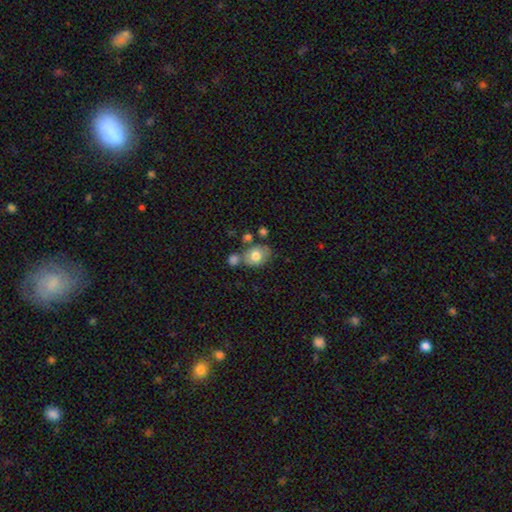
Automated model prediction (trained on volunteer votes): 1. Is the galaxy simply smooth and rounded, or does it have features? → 74% smooth, 18% featured or disk, 8% star or artifact.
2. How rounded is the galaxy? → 59% in between, 40% round, 1% cigar-shaped.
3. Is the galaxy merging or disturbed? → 52% none, 24% merger, 18% minor disturbance, 6% major disturbance.